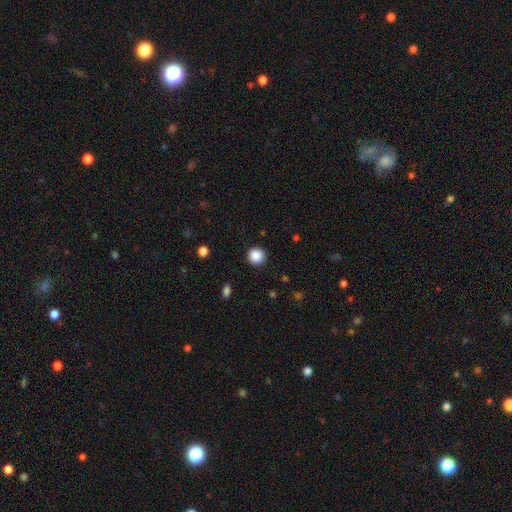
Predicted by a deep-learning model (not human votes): smooth-or-featured: smooth: 87% | star or artifact: 9% | featured or disk: 3%
  how-rounded: round: 94% | in between: 5% | cigar-shaped: 1%
  merging: none: 91% | minor disturbance: 6% | major disturbance: 2% | merger: 1%